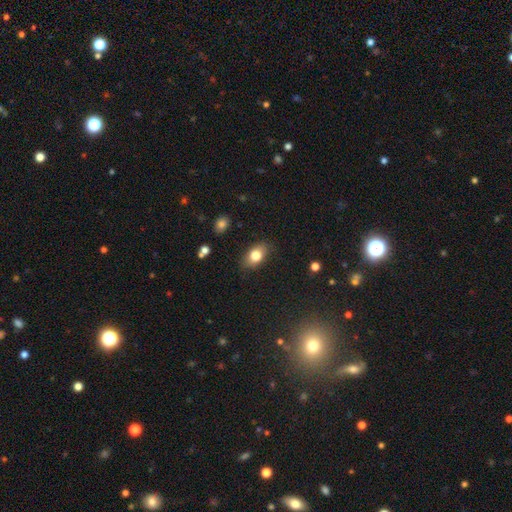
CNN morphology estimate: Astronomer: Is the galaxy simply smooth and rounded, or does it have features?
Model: smooth — 79%.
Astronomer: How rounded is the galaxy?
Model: in between — 85%.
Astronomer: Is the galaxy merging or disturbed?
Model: none — 83%.